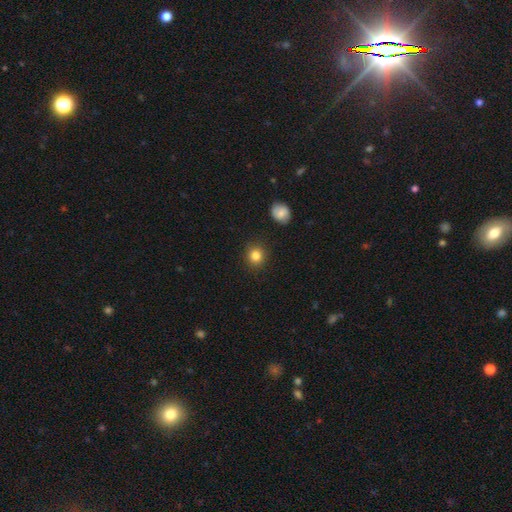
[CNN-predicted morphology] Smooth or featured? smooth (83%)
How rounded? round (87%)
Merging? none (89%)